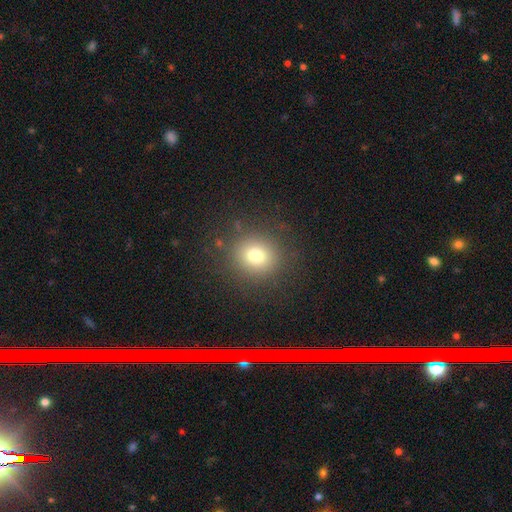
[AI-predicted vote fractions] Q: Smooth or featured?
A: smooth (76%); runner-up: star or artifact (15%)
Q: How rounded?
A: round (86%); runner-up: in between (13%)
Q: Merging?
A: none (86%); runner-up: minor disturbance (8%)